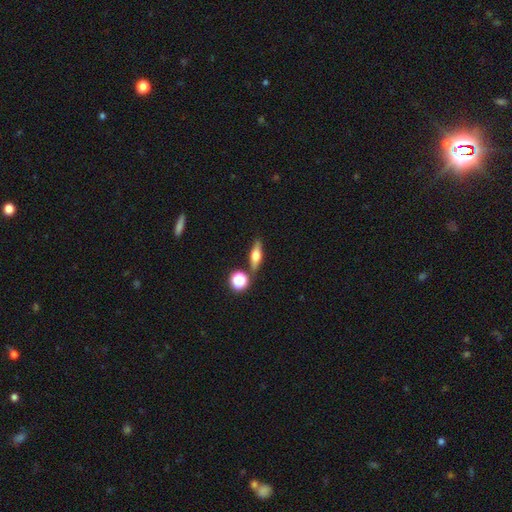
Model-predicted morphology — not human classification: Smooth or featured? featured or disk (49%)
Merging? none (80%)